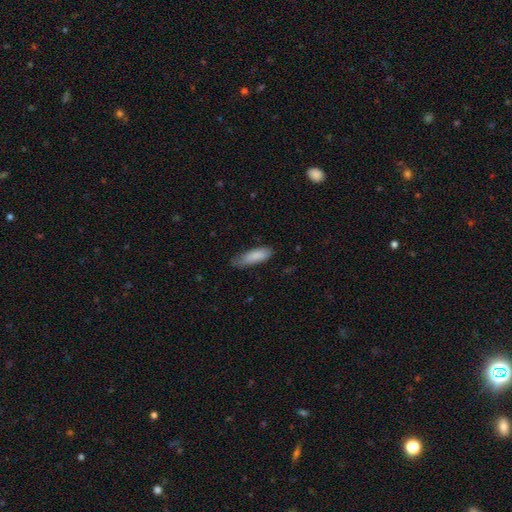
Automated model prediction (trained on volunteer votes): A smooth galaxy with no disk features (85%) that is in between round and cigar-shaped (60%).

Vote fractions:
- Smooth or featured? smooth: 85% / featured or disk: 9% / star or artifact: 6%
- How rounded? in between: 60% / cigar-shaped: 39% / round: 2%
- Merging? none: 53% / minor disturbance: 37% / major disturbance: 8% / merger: 2%